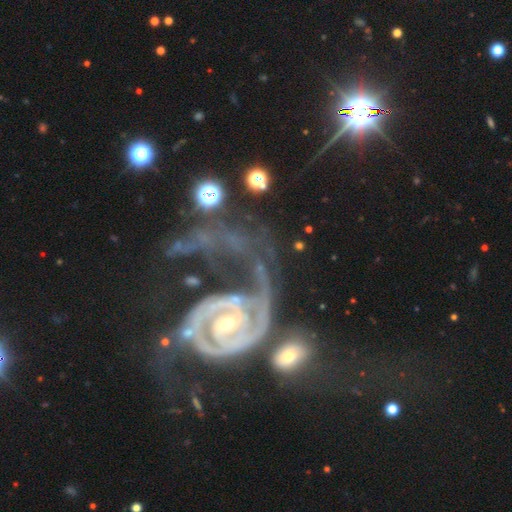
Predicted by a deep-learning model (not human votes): Morphology: type=featured or disk (88%); edge-on=no (97%); bar=no (53%); spiral arms=yes (93%); winding=tight (42%); arm count=2 (59%); bulge=small (55%); merging=major disturbance (40%).